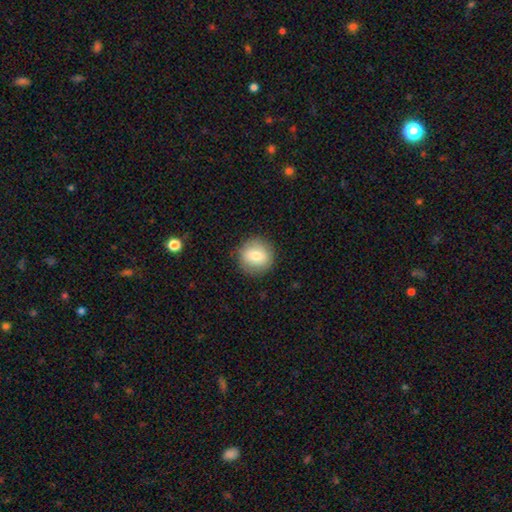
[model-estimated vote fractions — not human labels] Smooth or featured?
  - smooth: 76% *
  - featured or disk: 16%
  - star or artifact: 8%
How rounded?
  - round: 91% *
  - in between: 8%
  - cigar-shaped: 1%
Merging?
  - none: 89% *
  - minor disturbance: 8%
  - major disturbance: 3%
  - merger: 1%